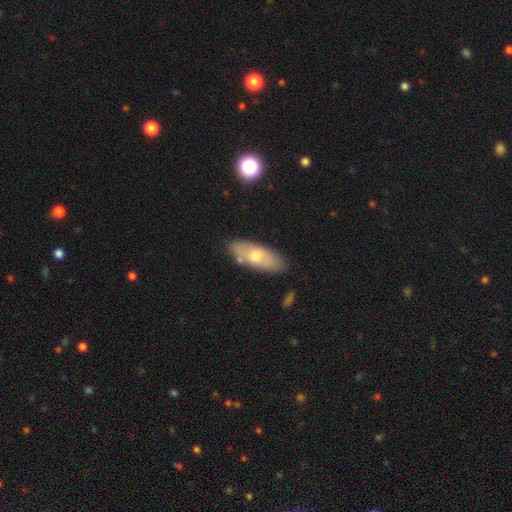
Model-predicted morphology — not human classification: This appears to be a smooth galaxy with no disk features (63%) that is in between round and cigar-shaped (77%). Merging: none (80%).